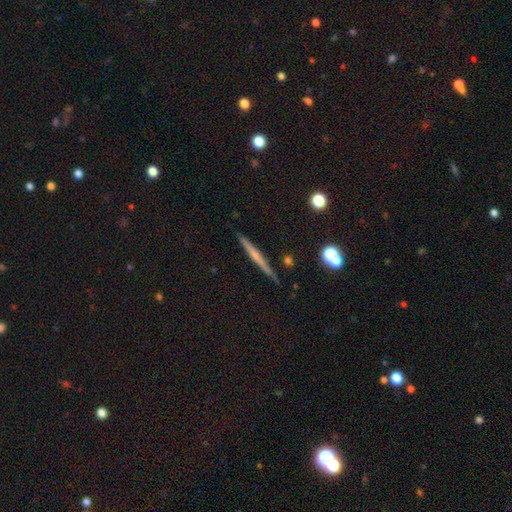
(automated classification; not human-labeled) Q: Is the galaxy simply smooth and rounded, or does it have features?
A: featured or disk — 54%.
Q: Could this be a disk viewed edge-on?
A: yes — 97%.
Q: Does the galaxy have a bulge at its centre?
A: none — 70%.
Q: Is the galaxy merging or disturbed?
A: none — 88%.